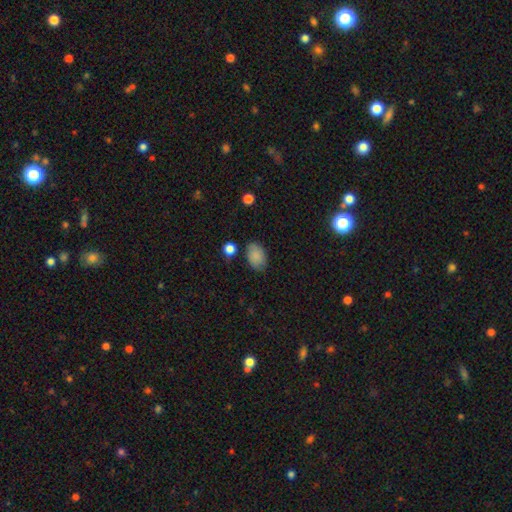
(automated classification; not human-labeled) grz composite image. It shows a smooth galaxy with no disk features (84%) that is in between round and cigar-shaped (87%). Merging: none (73%).